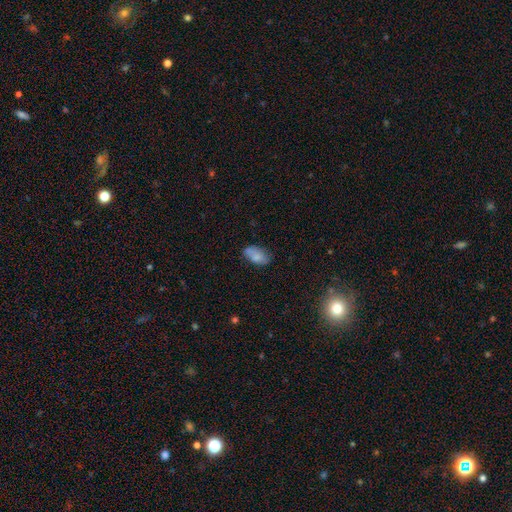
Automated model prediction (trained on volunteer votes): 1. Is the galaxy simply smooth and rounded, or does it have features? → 75% smooth, 16% featured or disk, 9% star or artifact.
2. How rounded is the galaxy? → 92% in between, 5% round, 3% cigar-shaped.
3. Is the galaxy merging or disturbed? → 58% none, 26% minor disturbance, 9% merger, 7% major disturbance.